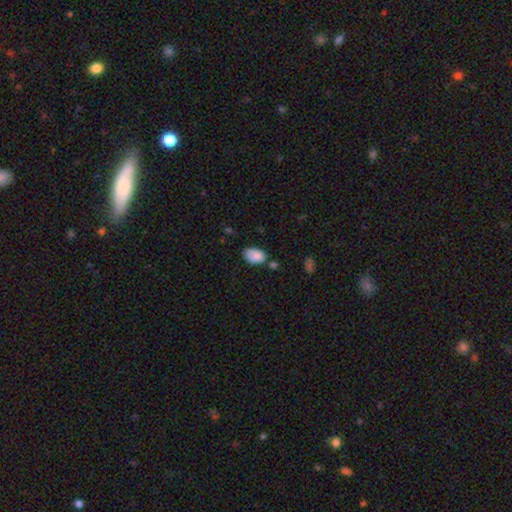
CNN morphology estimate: Smooth or featured: smooth — 86% (star or artifact — 8%)
How rounded: in between — 89% (round — 9%)
Merging: none — 58% (minor disturbance — 26%)